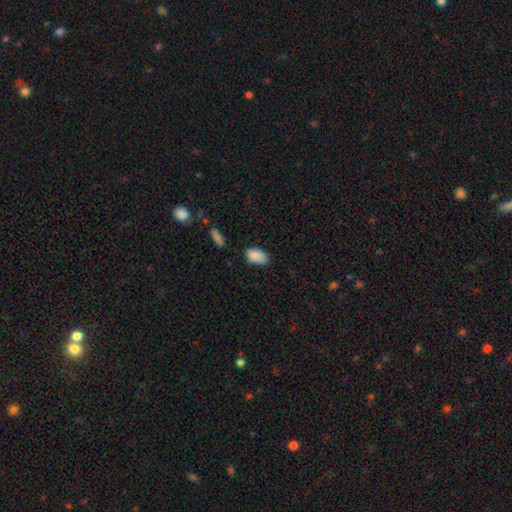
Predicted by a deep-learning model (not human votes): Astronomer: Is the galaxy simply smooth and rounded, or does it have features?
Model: smooth — 88%.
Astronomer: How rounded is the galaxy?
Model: in between — 93%.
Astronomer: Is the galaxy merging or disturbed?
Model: none — 70%.